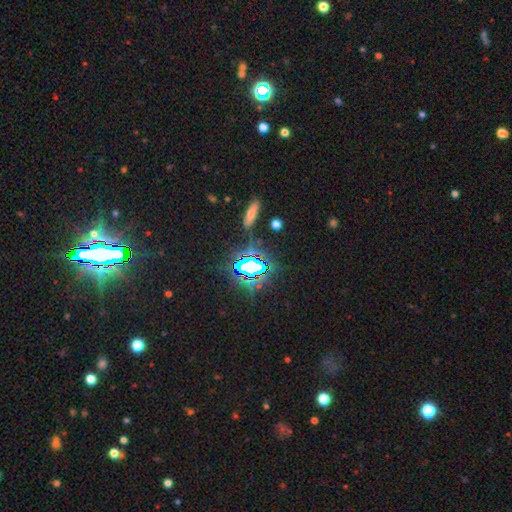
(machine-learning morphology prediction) The model was most divided on "smooth or featured": star or artifact: 68%, smooth: 19%, featured or disk: 13%.